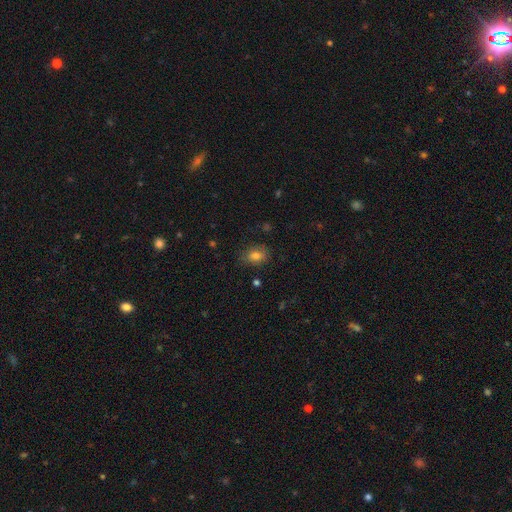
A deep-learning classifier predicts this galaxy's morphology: Q: Smooth or featured?
A: smooth (80%); runner-up: star or artifact (11%)
Q: How rounded?
A: in between (71%); runner-up: round (27%)
Q: Merging?
A: none (79%); runner-up: minor disturbance (16%)